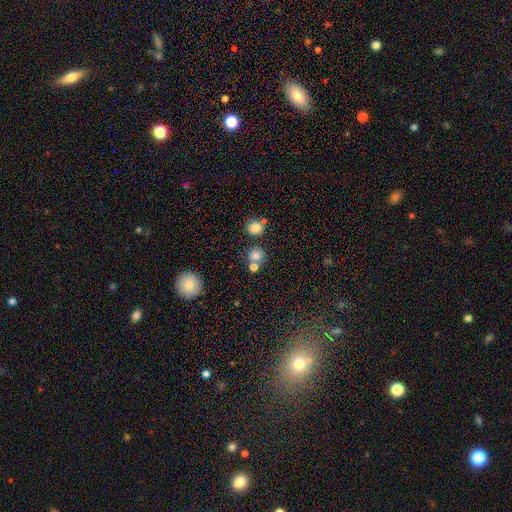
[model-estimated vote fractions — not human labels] Smooth or featured: smooth — 76% (star or artifact — 15%)
How rounded: round — 86% (in between — 13%)
Merging: none — 60% (merger — 28%)